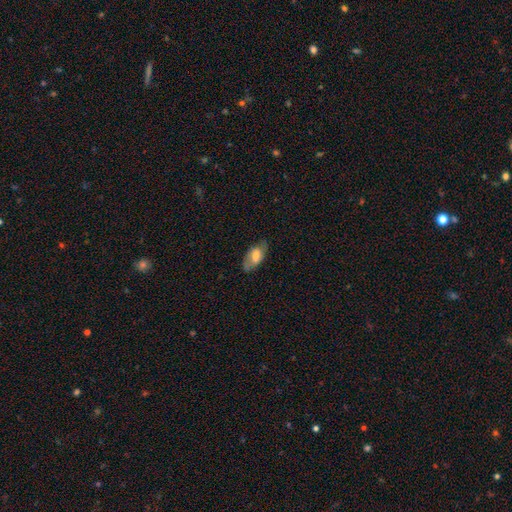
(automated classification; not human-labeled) Overall: smooth (58%; featured or disk 35%). How rounded: in between (89%). Merging: none (70%).